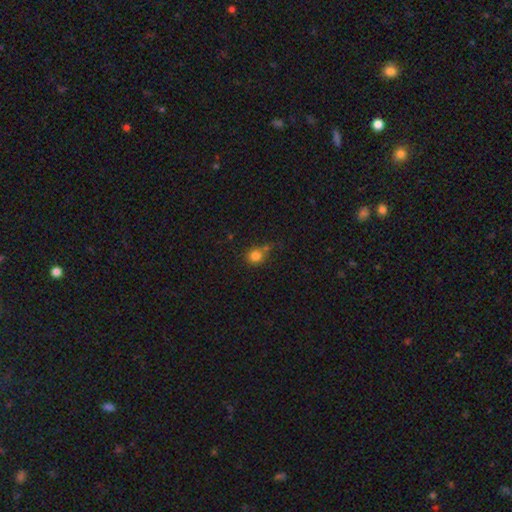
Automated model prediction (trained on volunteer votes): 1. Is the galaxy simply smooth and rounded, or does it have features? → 81% smooth, 13% star or artifact, 6% featured or disk.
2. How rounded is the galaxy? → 86% round, 13% in between, 1% cigar-shaped.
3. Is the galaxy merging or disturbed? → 61% none, 19% merger, 15% minor disturbance, 5% major disturbance.